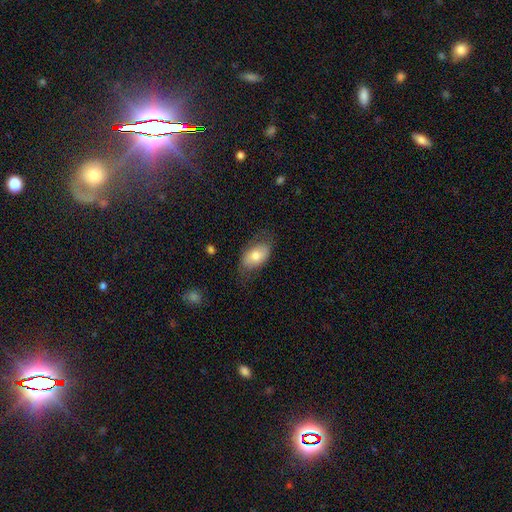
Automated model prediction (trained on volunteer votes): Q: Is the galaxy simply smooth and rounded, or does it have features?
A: smooth — 70%.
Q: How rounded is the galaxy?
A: in between — 92%.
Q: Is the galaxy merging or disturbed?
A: none — 68%.